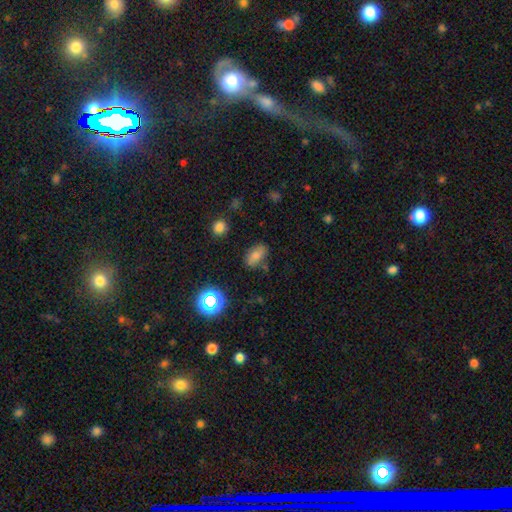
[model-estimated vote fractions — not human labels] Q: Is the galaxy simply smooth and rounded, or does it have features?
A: smooth — 73%.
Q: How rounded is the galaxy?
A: in between — 88%.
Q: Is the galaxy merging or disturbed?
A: none — 73%.